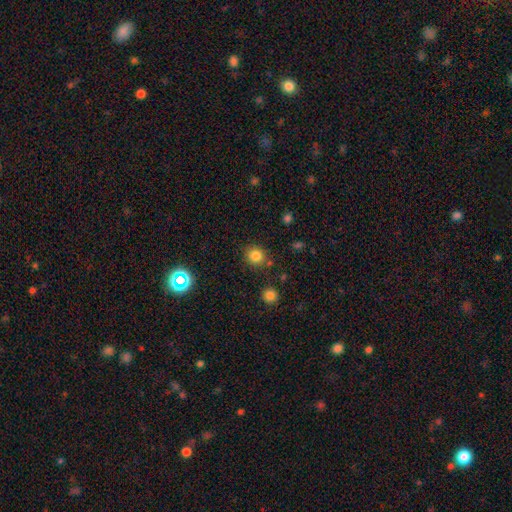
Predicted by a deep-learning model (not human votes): A smooth galaxy with no disk features (82%) that is round (85%).

Vote fractions:
- Smooth or featured? smooth: 82% / star or artifact: 13% / featured or disk: 5%
- How rounded? round: 85% / in between: 14% / cigar-shaped: 1%
- Merging? none: 83% / minor disturbance: 9% / merger: 4% / major disturbance: 3%